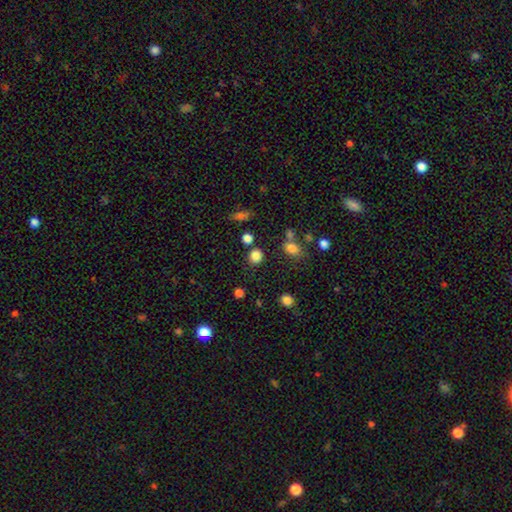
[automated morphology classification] A smooth galaxy with no disk features (82%) that is round (84%).

Vote fractions:
- Smooth or featured? smooth: 82% / star or artifact: 13% / featured or disk: 4%
- How rounded? round: 84% / in between: 15% / cigar-shaped: 1%
- Merging? none: 79% / minor disturbance: 10% / merger: 7% / major disturbance: 4%